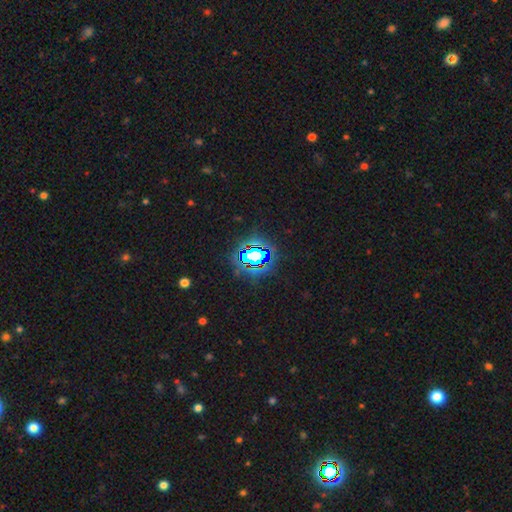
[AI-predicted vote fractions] smooth-or-featured: star or artifact: 75% | smooth: 15% | featured or disk: 11%